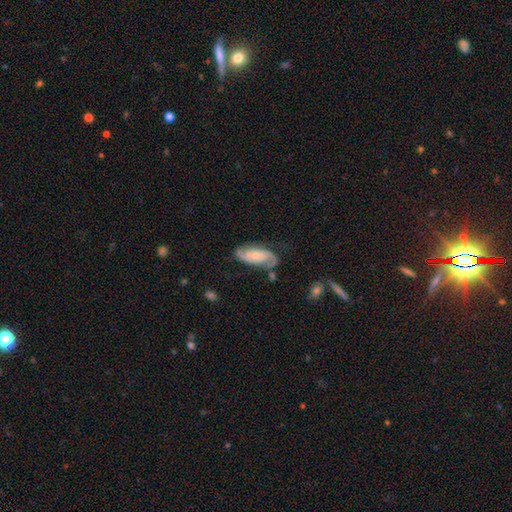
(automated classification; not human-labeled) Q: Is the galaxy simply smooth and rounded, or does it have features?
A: featured or disk — 74%.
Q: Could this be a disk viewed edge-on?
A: no — 94%.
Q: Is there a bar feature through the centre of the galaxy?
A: no — 63%.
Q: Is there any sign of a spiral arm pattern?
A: yes — 94%.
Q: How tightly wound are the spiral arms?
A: medium — 44%.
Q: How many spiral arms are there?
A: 2 — 86%.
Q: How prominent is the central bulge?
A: small — 57%.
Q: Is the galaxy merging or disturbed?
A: none — 64%.